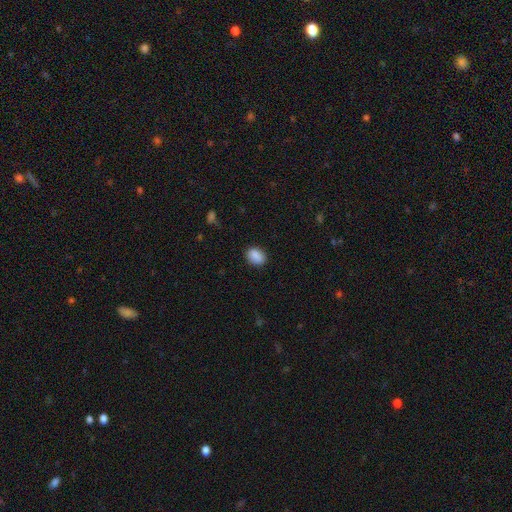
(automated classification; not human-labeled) This is clearly a smooth galaxy (89%). How rounded: likely in between (74%). Merging: clearly none (86%).